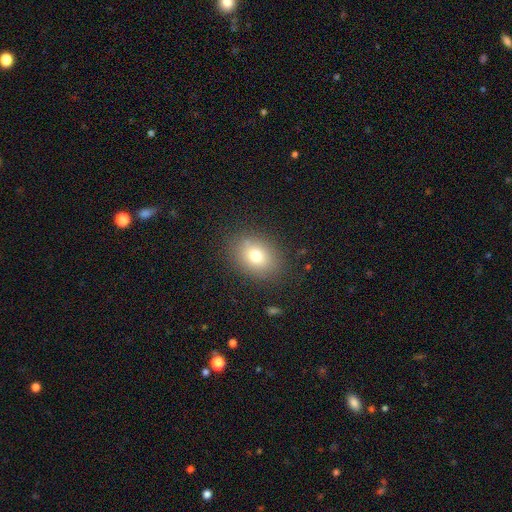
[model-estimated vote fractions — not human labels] This appears to be a smooth galaxy with no disk features (76%) that is in between round and cigar-shaped (69%). Merging: none (84%).